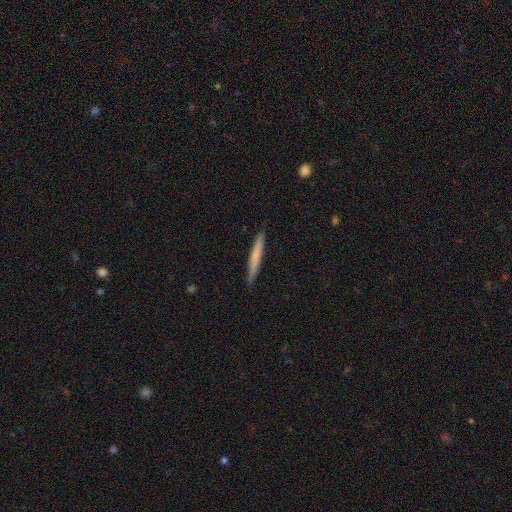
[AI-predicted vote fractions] The model was most divided on "smooth or featured": smooth: 61%, featured or disk: 33%, star or artifact: 6%. More confident: how rounded — cigar-shaped (96%); merging — none (90%).